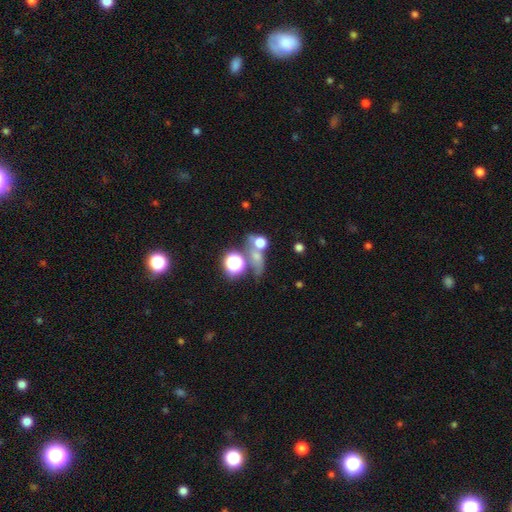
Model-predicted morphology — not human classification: Smooth or featured? Predicted: smooth (p=0.55). How rounded? Predicted: round (p=0.63). Merging? Predicted: none (p=0.39).